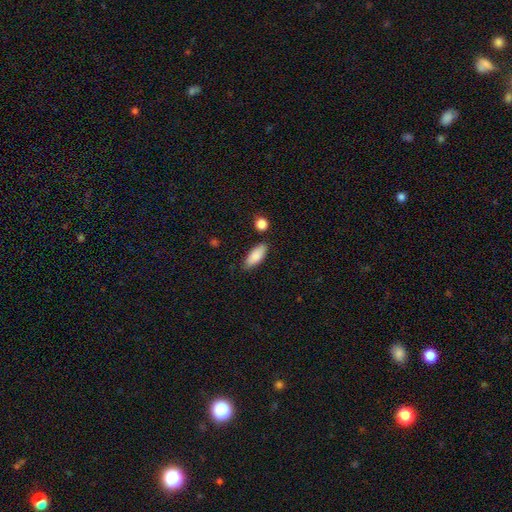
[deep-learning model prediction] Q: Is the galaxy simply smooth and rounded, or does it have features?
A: smooth — 86%.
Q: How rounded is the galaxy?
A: in between — 80%.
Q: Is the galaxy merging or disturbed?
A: none — 79%.